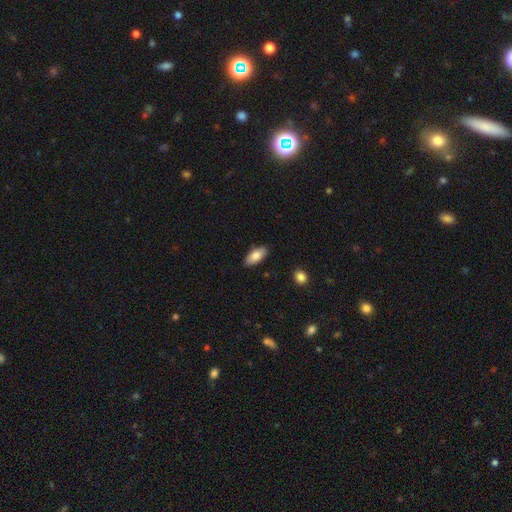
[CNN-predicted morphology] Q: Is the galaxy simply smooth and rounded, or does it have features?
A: smooth — 84%.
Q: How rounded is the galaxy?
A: in between — 89%.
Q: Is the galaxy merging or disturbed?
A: none — 87%.